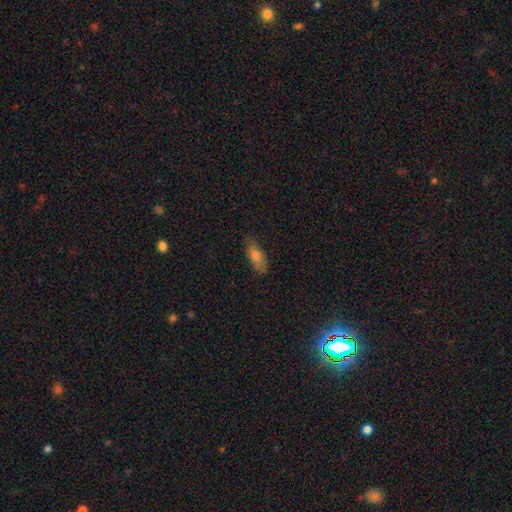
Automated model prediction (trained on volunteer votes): This appears to be a smooth galaxy with no disk features (61%) that is in between round and cigar-shaped (73%). Merging: none (74%).